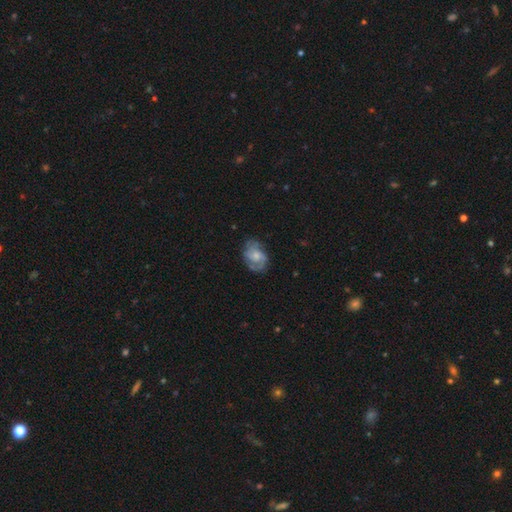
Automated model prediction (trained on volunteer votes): Smooth or featured: featured or disk — 75% (smooth — 19%)
Edge-on disk: no — 98% (yes — 2%)
Bar: no — 69% (weak — 27%)
Spiral arms: yes — 93% (no — 7%)
Spiral winding: medium — 43% (tied with tight — 43%)
Spiral arm count: 2 — 58% (can't tell — 17%)
Bulge size: small — 48% (moderate — 40%)
Merging: none — 68% (minor disturbance — 21%)